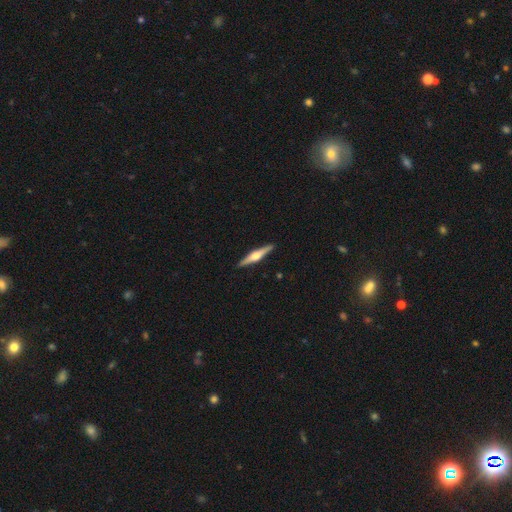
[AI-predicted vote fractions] Q: Smooth or featured?
A: featured or disk (73%); runner-up: smooth (22%)
Q: Edge-on disk?
A: yes (98%); runner-up: no (2%)
Q: Edge-on bulge?
A: rounded (92%); runner-up: boxy (5%)
Q: Merging?
A: none (92%); runner-up: minor disturbance (6%)